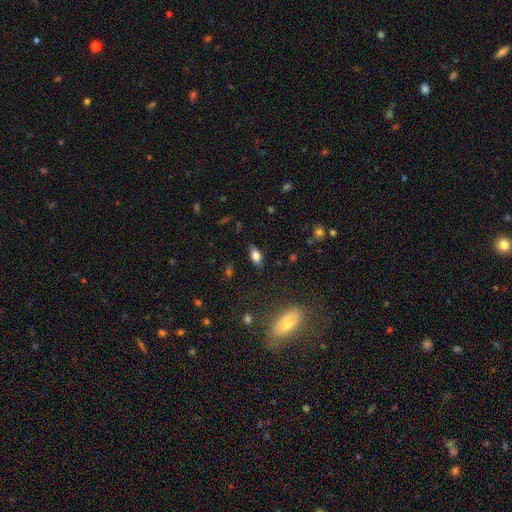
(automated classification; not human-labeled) This appears to be a smooth galaxy with no disk features (70%) that is in between round and cigar-shaped (84%). Merging: none (84%).